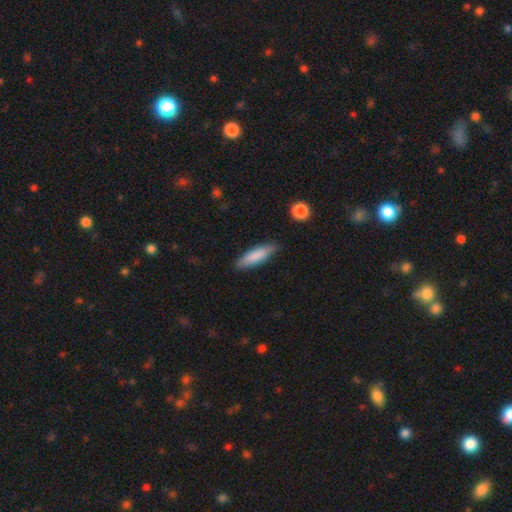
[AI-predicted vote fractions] smooth_or_featured: smooth (p=0.83) [alt: featured or disk p=0.11]
how_rounded: cigar-shaped (p=0.67) [alt: in between p=0.31]
merging: none (p=0.86) [alt: minor disturbance p=0.11]